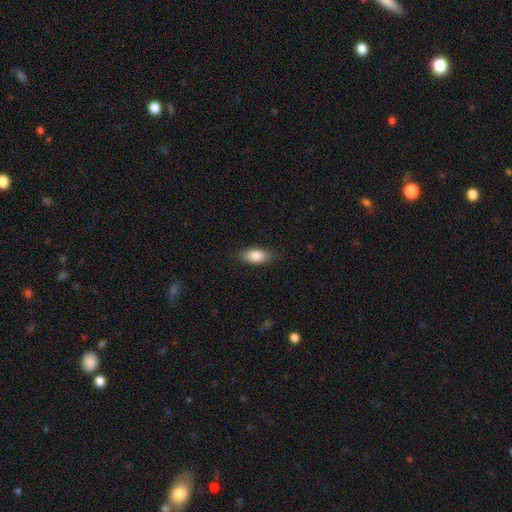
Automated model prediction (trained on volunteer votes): This is clearly a smooth galaxy (84%). How rounded: clearly in between (87%). Merging: clearly none (84%).